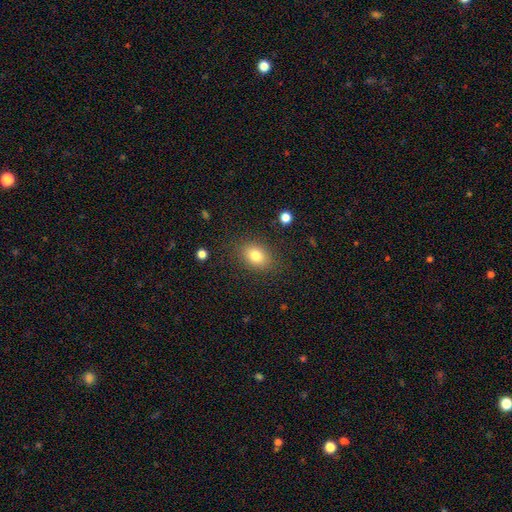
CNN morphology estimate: Smooth or featured: smooth — 81% (star or artifact — 10%)
How rounded: in between — 72% (round — 27%)
Merging: none — 84% (minor disturbance — 11%)